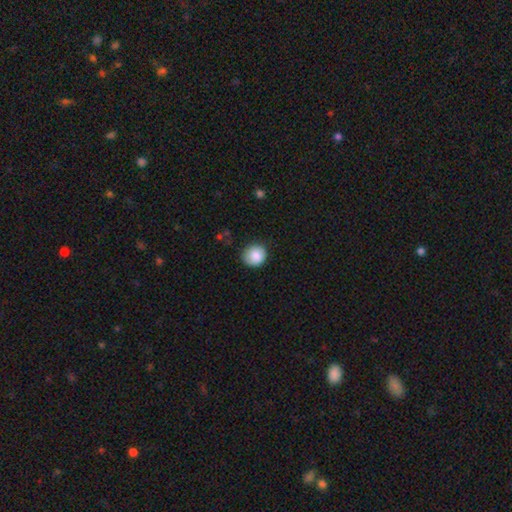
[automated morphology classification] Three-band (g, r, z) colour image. It shows a smooth galaxy with no disk features (86%) that is round (85%). Merging: none (81%).